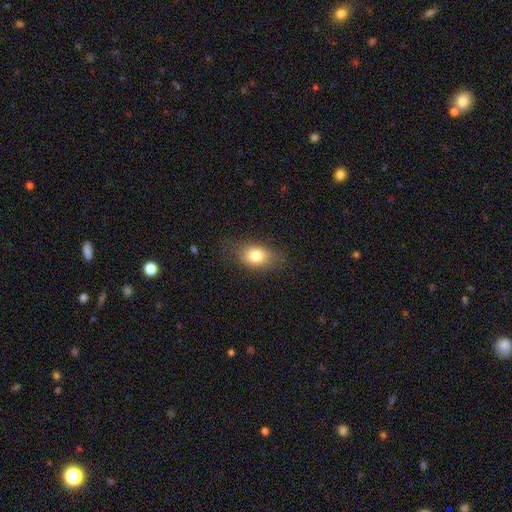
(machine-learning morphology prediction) Overall: smooth (78%). How rounded: in between (79%). Merging: none (75%).